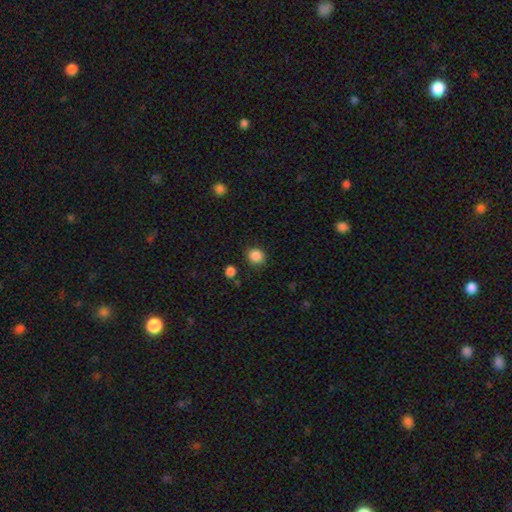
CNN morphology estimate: smooth 87%, star or artifact 10%, featured or disk 3%. Down the decision tree: how rounded — round (87%); merging — none (85%).